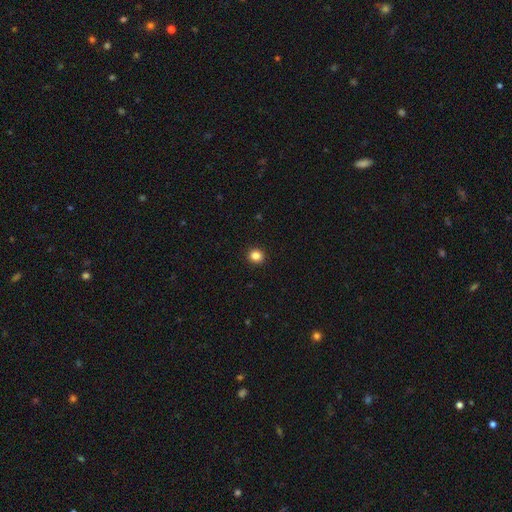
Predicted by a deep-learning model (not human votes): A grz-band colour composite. It shows a smooth galaxy with no disk features (86%) that is round (84%). Merging: none (93%).